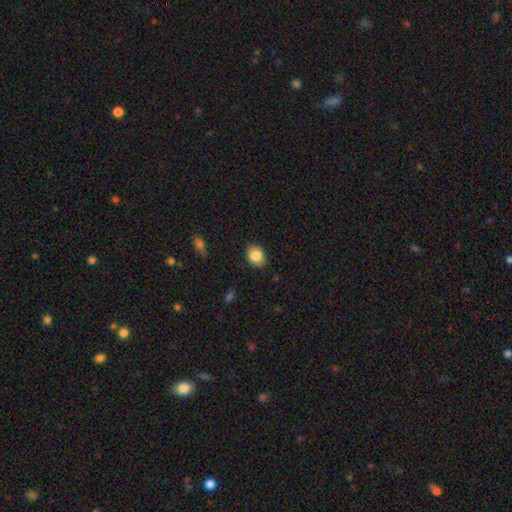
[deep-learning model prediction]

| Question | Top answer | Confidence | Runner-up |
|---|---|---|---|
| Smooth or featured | smooth | 83% | featured or disk (9%) |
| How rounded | in between | 66% | round (33%) |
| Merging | none | 86% | minor disturbance (10%) |